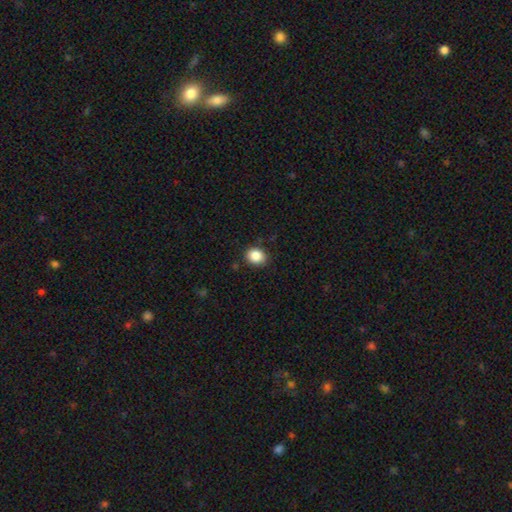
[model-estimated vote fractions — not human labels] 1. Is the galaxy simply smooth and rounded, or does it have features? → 87% smooth, 9% star or artifact, 4% featured or disk.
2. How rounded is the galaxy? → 62% round, 37% in between, 1% cigar-shaped.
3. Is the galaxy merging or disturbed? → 87% none, 9% minor disturbance, 2% major disturbance, 1% merger.